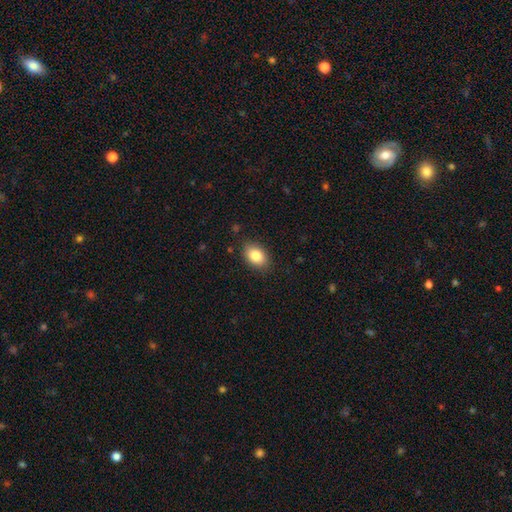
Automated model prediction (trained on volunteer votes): smooth_or_featured: smooth (p=0.85) [alt: featured or disk p=0.08]
how_rounded: in between (p=0.84) [alt: round p=0.15]
merging: none (p=0.85) [alt: minor disturbance p=0.11]